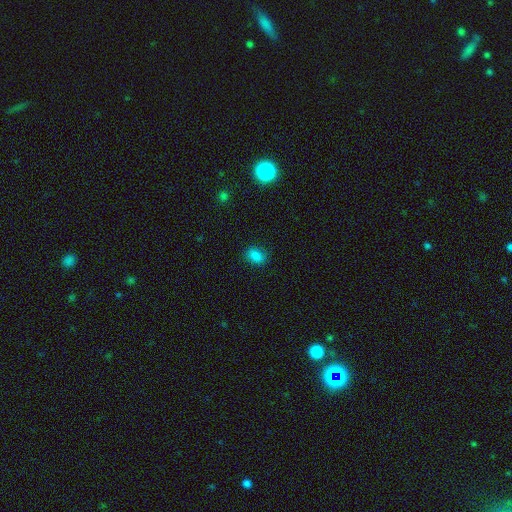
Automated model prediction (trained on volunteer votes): Morphology: type=smooth (82%); roundness=in between (72%); merging=none (85%).